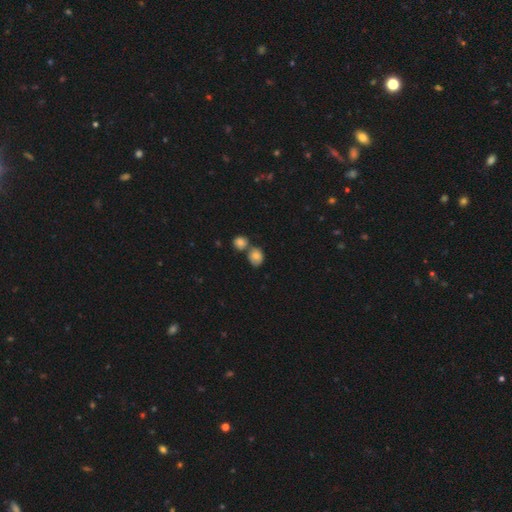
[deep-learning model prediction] Overall: smooth (78%). How rounded: round (62%; in between 37%). Merging: none (54%; merger 31%).